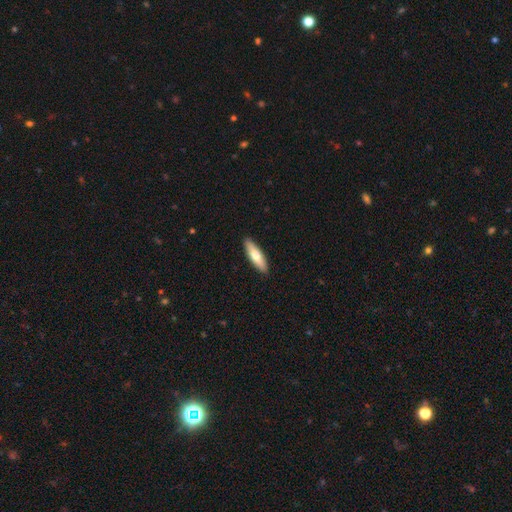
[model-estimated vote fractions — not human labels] smooth_or_featured: smooth (p=0.66) [alt: featured or disk p=0.29]
how_rounded: cigar-shaped (p=0.58) [alt: in between p=0.40]
merging: none (p=0.90) [alt: minor disturbance p=0.07]